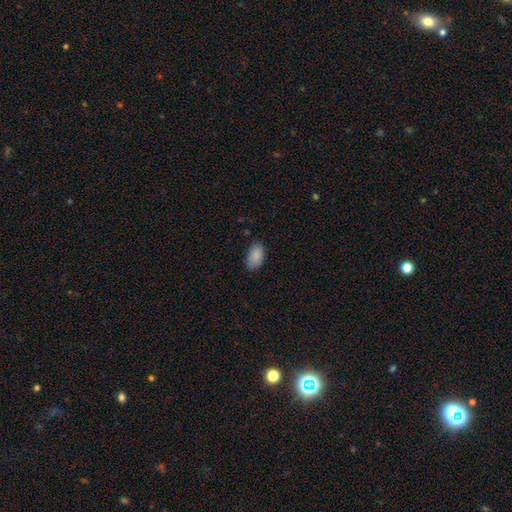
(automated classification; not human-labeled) This is clearly a smooth galaxy (88%). How rounded: clearly in between (94%). Merging: likely none (80%).